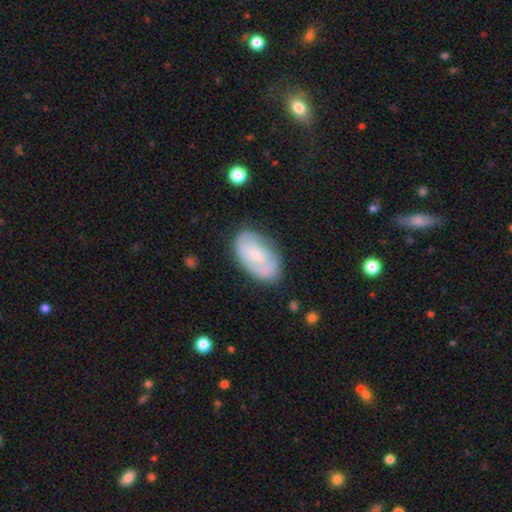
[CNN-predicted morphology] Smooth or featured? Predicted: smooth (p=0.49). Merging? Predicted: none (p=0.70).